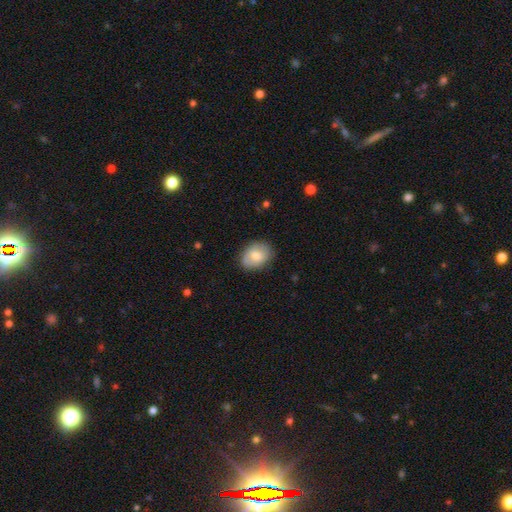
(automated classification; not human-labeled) Smooth or featured? Predicted: smooth (p=0.73). How rounded? Predicted: in between (p=0.67). Merging? Predicted: none (p=0.81).